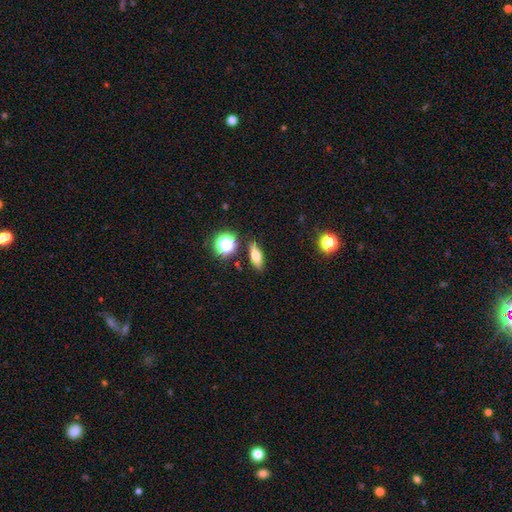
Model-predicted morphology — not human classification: The model was most divided on "how rounded": in between: 54%, cigar-shaped: 35%, round: 11%. More confident: merging — none (85%); smooth or featured — smooth (66%).